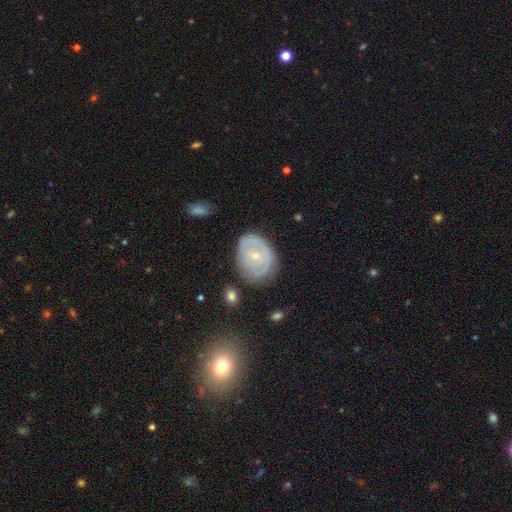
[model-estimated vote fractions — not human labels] smooth-or-featured: featured or disk: 59% | smooth: 34% | star or artifact: 7%
  disk-edge-on: no: 96% | yes: 4%
    bar: no: 73% | weak: 23% | strong: 4%
    has-spiral-arms: yes: 61% | no: 39%
    bulge-size: small: 75% | moderate: 21% | none: 2% | large: 1% | dominant: 1%
  merging: none: 66% | minor disturbance: 23% | major disturbance: 8% | merger: 3%